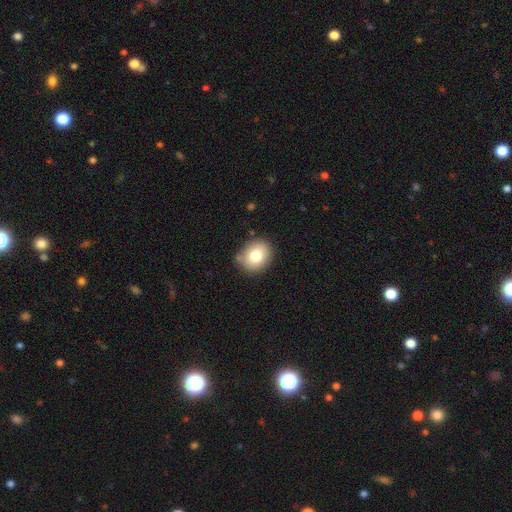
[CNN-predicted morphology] type=smooth (78%); roundness=round (69%); merging=none (79%).